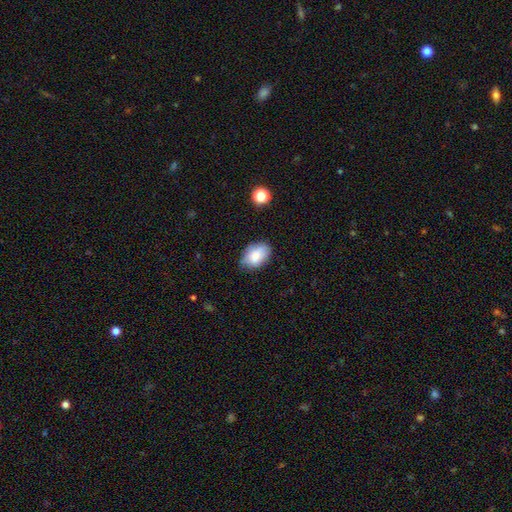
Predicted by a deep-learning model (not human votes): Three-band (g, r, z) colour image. It shows a smooth galaxy with no disk features (82%) that is in between round and cigar-shaped (88%). Merging: none (69%).